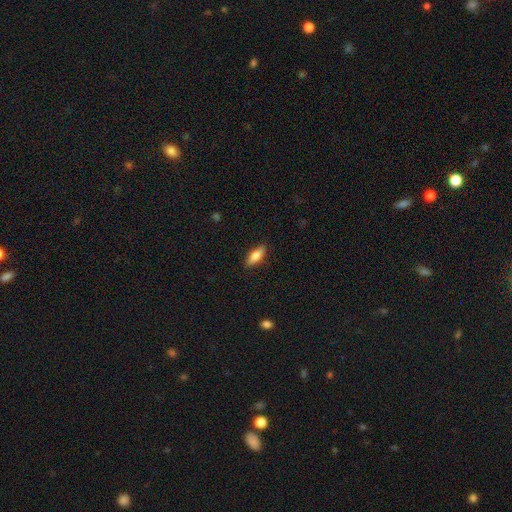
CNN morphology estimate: smooth_or_featured: smooth (p=0.77) [alt: featured or disk p=0.17]
how_rounded: in between (p=0.67) [alt: cigar-shaped p=0.30]
merging: none (p=0.87) [alt: minor disturbance p=0.10]